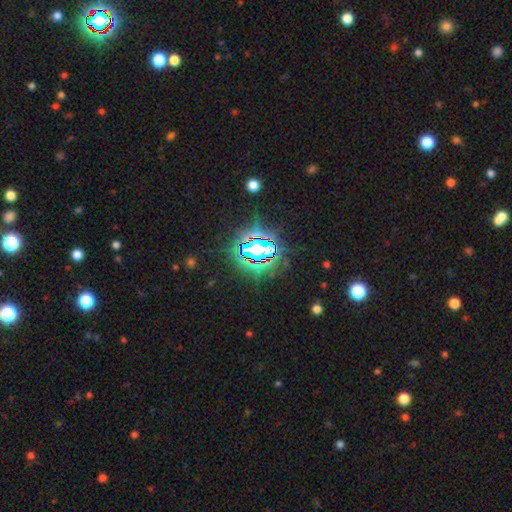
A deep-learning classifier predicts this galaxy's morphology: A star or artifact, not a galaxy (77%).

Vote fractions:
- Smooth or featured? star or artifact: 77% / smooth: 12% / featured or disk: 11%